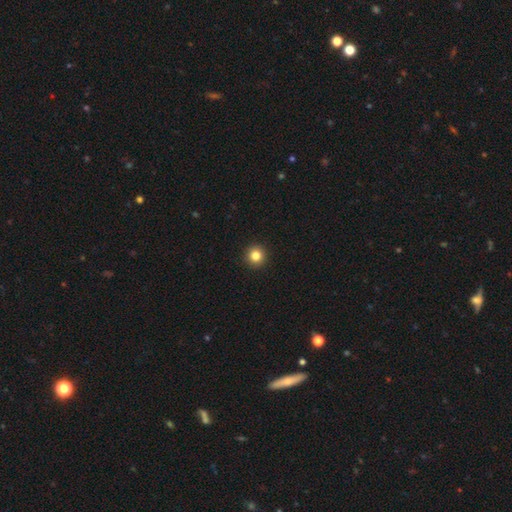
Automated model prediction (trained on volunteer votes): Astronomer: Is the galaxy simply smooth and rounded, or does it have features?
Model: smooth — 83%.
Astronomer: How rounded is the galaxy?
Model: round — 95%.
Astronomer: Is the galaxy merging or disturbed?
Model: none — 94%.